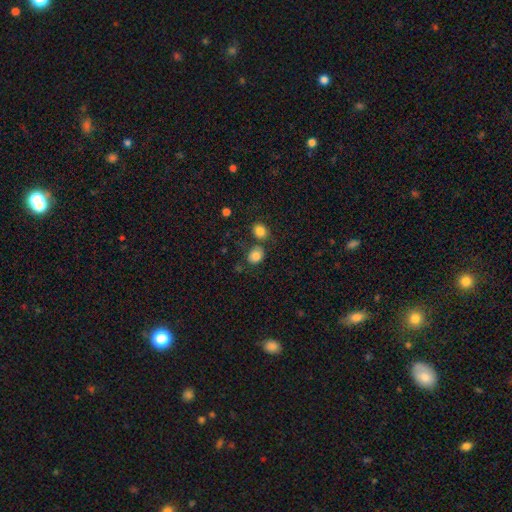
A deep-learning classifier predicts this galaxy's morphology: type=smooth (84%); roundness=round (54%); merging=none (63%).